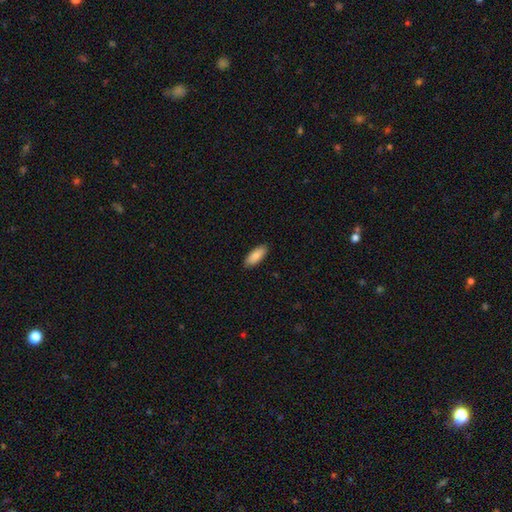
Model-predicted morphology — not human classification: Smooth or featured?
  - smooth: 88% *
  - featured or disk: 6%
  - star or artifact: 6%
How rounded?
  - in between: 81% *
  - cigar-shaped: 18%
  - round: 2%
Merging?
  - none: 89% *
  - minor disturbance: 8%
  - major disturbance: 2%
  - merger: 1%